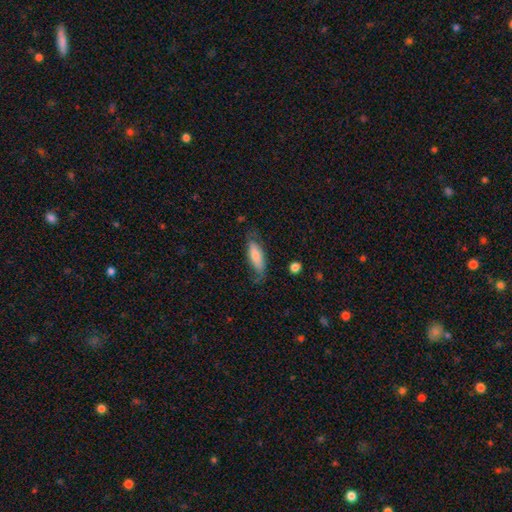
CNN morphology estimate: type=smooth (73%); roundness=in between (59%); merging=none (62%).